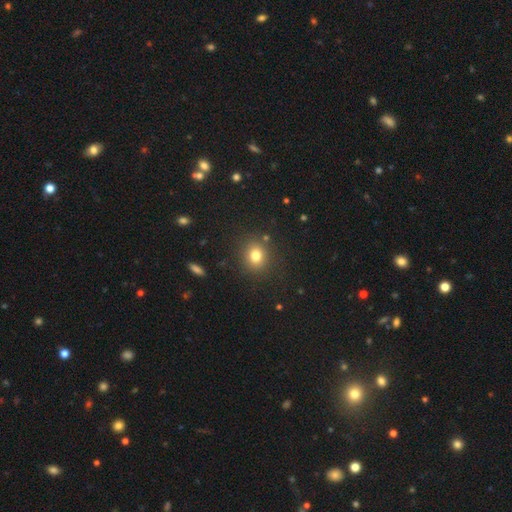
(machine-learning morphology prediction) smooth 80%, star or artifact 13%, featured or disk 7%. Down the decision tree: how rounded — round (70%); merging — none (86%).